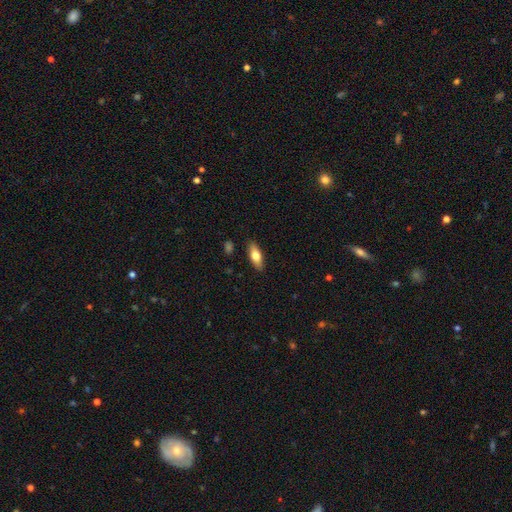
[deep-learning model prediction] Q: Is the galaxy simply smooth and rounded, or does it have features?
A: smooth — 70%.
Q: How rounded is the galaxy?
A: in between — 71%.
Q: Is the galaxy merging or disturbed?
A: none — 88%.